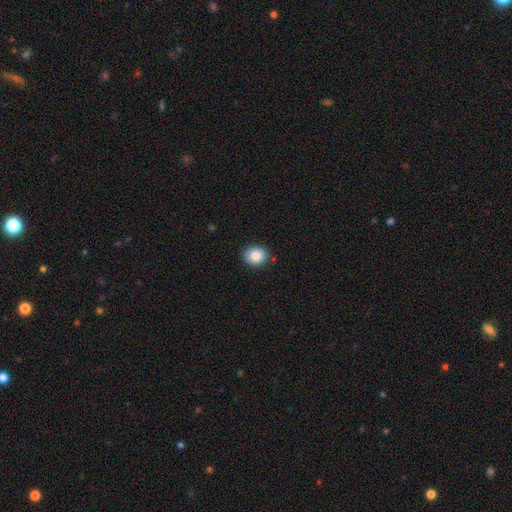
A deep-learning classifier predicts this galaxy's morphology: Smooth or featured: smooth — 85% (star or artifact — 9%)
How rounded: round — 69% (in between — 30%)
Merging: none — 85% (minor disturbance — 11%)